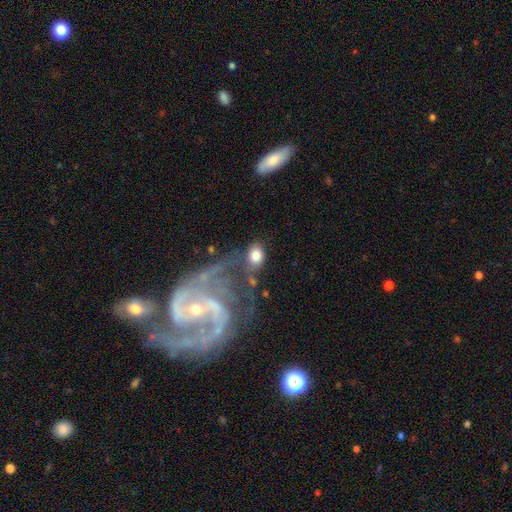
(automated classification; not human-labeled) Smooth or featured?
  - smooth: 73% *
  - featured or disk: 20%
  - star or artifact: 7%
How rounded?
  - in between: 67% *
  - round: 31%
  - cigar-shaped: 2%
Merging?
  - none: 50% *
  - minor disturbance: 19%
  - merger: 18%
  - major disturbance: 14%